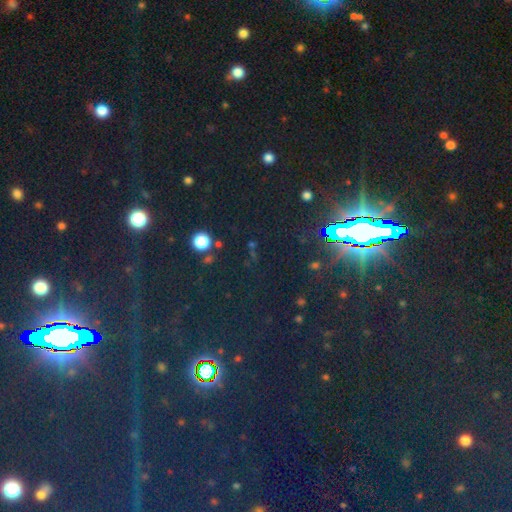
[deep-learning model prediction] This is clearly a star or artifact rather than a galaxy (80%).